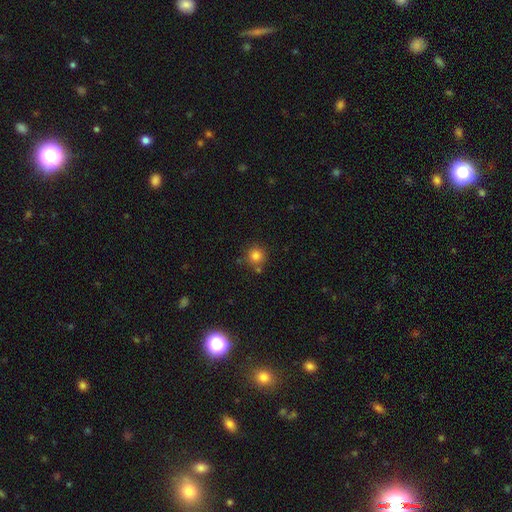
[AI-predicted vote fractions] Smooth or featured: smooth — 82% (star or artifact — 12%)
How rounded: round — 94% (in between — 5%)
Merging: none — 78% (merger — 10%)